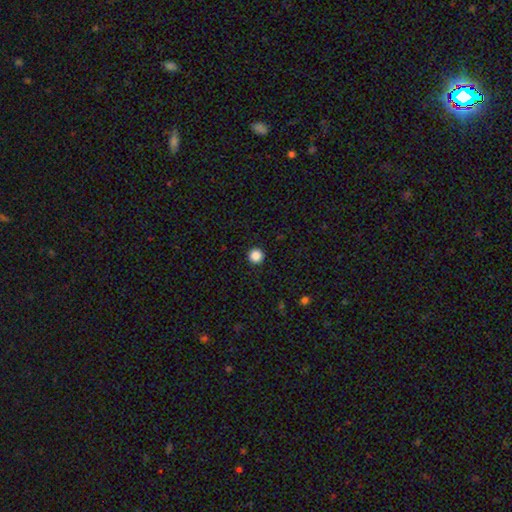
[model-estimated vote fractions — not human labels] Morphology: type=smooth (87%); roundness=round (97%); merging=none (94%).